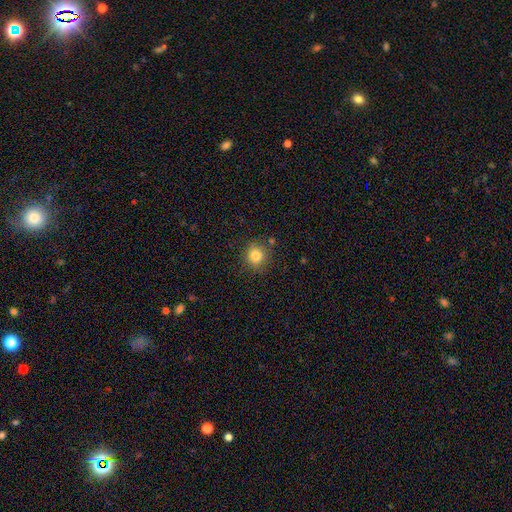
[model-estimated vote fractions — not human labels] The model was most divided on "smooth or featured": smooth: 82%, star or artifact: 12%, featured or disk: 7%. More confident: how rounded — round (88%); merging — none (84%).